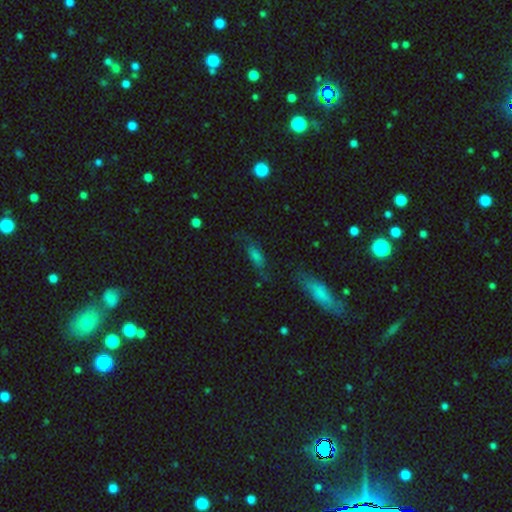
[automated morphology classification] smooth-or-featured: smooth: 50% | featured or disk: 32% | star or artifact: 18%
  how-rounded: in between: 58% | cigar-shaped: 36% | round: 7%
  merging: none: 63% | minor disturbance: 21% | major disturbance: 12% | merger: 4%